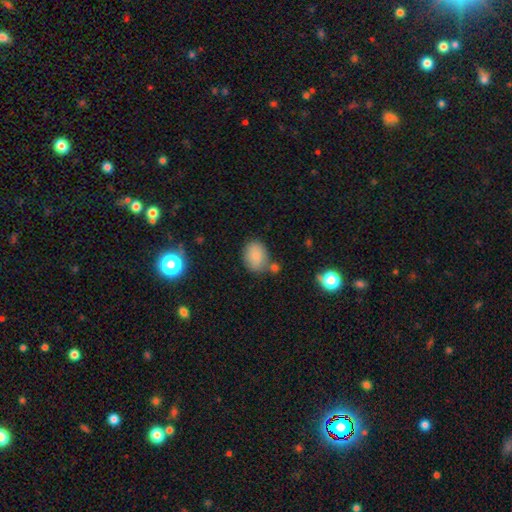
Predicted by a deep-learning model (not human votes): Smooth or featured? Predicted: smooth (p=0.82). How rounded? Predicted: in between (p=0.63). Merging? Predicted: none (p=0.65).